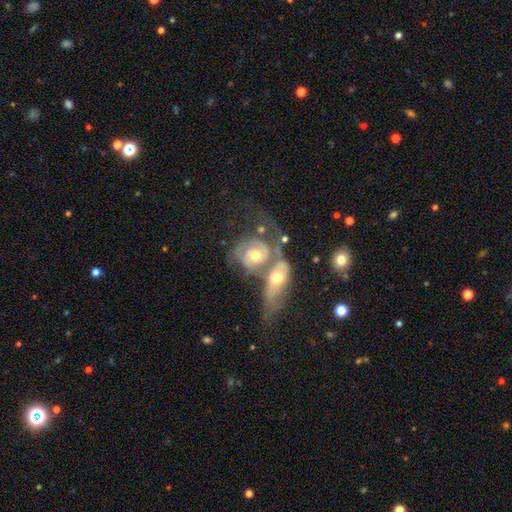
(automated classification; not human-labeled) Smooth or featured? Predicted: featured or disk (p=0.84). Edge-on disk? Predicted: no (p=0.95). Bar? Predicted: no (p=0.69). Spiral arms? Predicted: yes (p=0.91). Spiral winding? Predicted: tight (p=0.60). Spiral arm count? Predicted: 2 (p=0.67). Bulge size? Predicted: moderate (p=0.70). Merging? Predicted: merger (p=0.66).